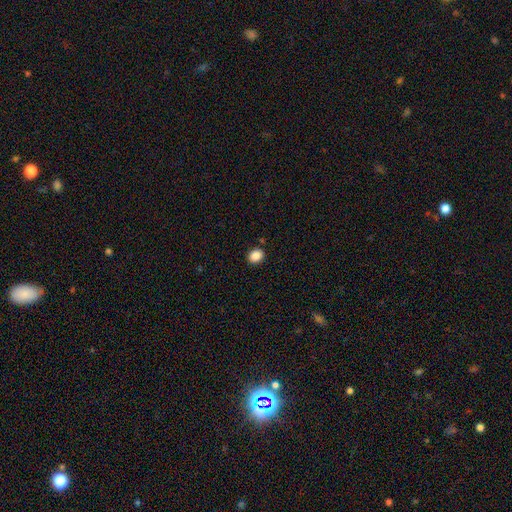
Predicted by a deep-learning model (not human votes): Smooth or featured? Predicted: smooth (p=0.88). How rounded? Predicted: round (p=0.57). Merging? Predicted: none (p=0.89).